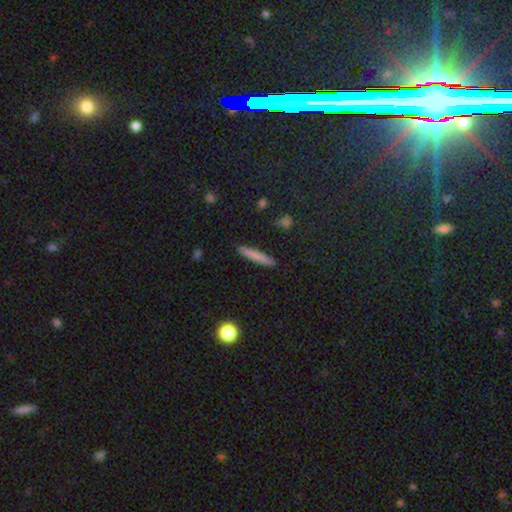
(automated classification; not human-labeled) This is likely a smooth galaxy (76%). How rounded: clearly cigar-shaped (94%). Merging: clearly none (90%).